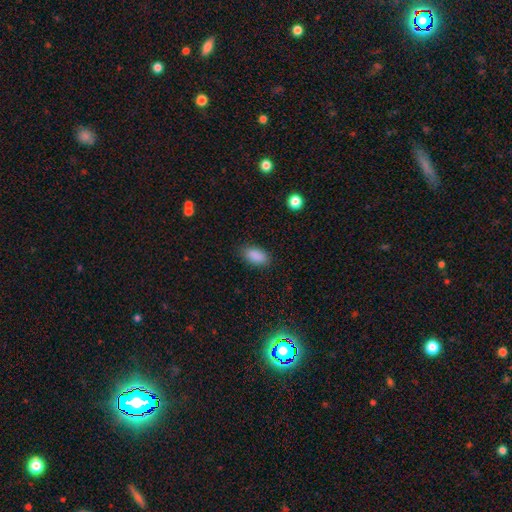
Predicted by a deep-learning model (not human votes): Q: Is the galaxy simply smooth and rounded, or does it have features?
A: smooth — 89%.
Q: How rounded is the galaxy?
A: in between — 92%.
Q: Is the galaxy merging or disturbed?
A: none — 86%.